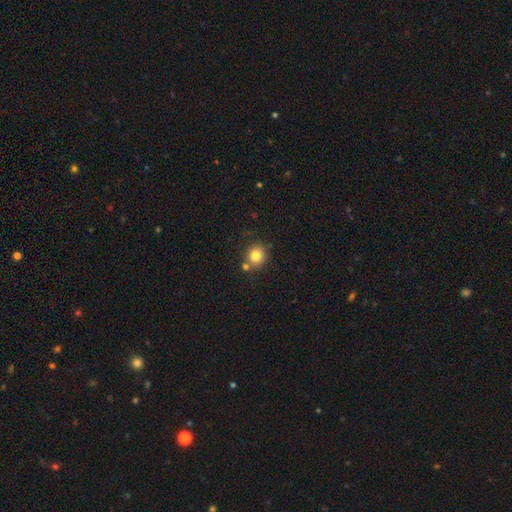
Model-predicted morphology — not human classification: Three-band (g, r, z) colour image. It shows a smooth galaxy with no disk features (80%) that is round (86%). Merging: none (71%).